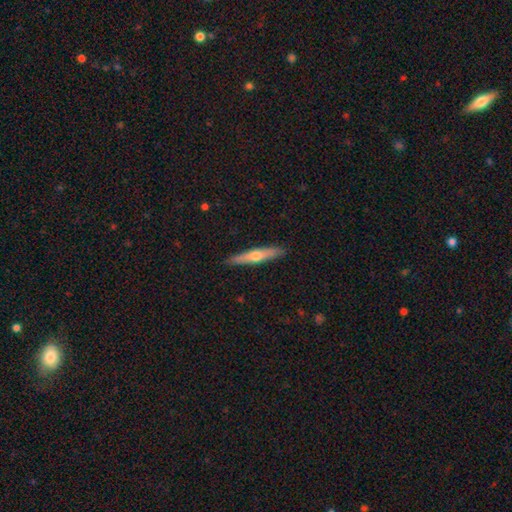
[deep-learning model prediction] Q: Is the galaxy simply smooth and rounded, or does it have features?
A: featured or disk — 51%.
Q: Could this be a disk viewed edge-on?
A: yes — 93%.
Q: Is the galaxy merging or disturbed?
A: none — 90%.